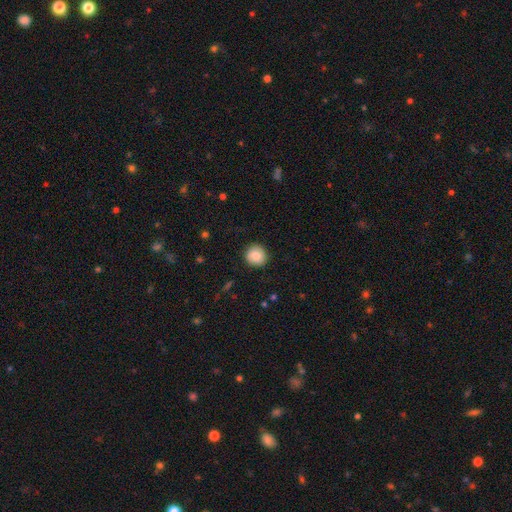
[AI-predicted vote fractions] smooth-or-featured: smooth: 87% | star or artifact: 8% | featured or disk: 6%
  how-rounded: round: 93% | in between: 6% | cigar-shaped: 1%
  merging: none: 90% | minor disturbance: 7% | major disturbance: 2% | merger: 1%